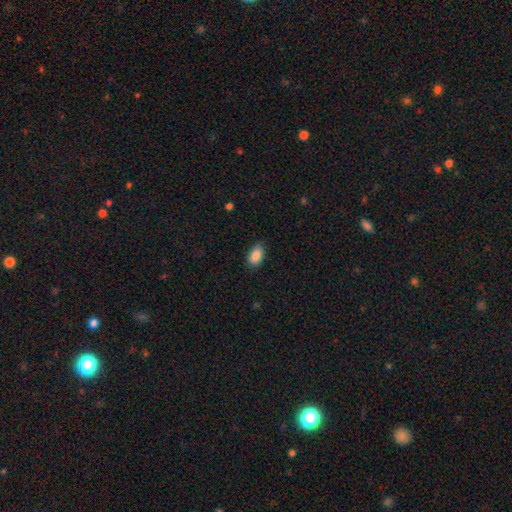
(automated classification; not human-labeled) This is clearly a smooth galaxy (88%). How rounded: clearly in between (92%). Merging: clearly none (82%).